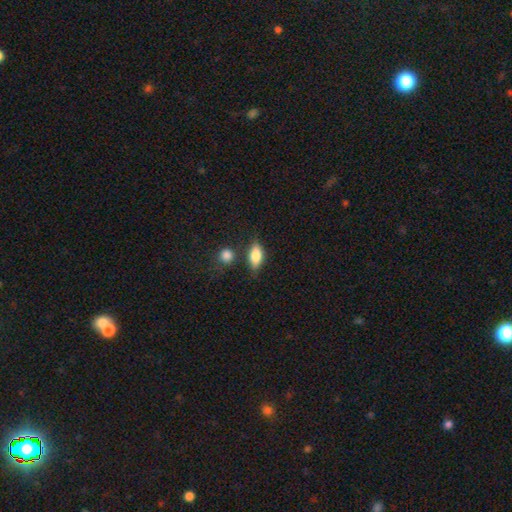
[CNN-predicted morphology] smooth-or-featured: smooth: 80% | featured or disk: 12% | star or artifact: 7%
  how-rounded: in between: 84% | cigar-shaped: 10% | round: 6%
  merging: none: 72% | minor disturbance: 15% | merger: 8% | major disturbance: 4%